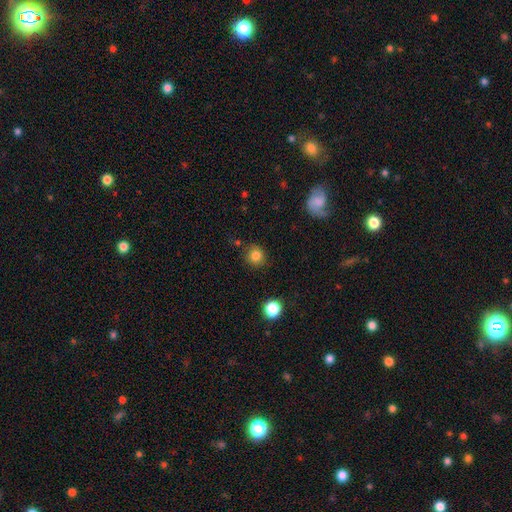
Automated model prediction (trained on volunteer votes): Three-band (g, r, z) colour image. It shows a smooth galaxy with no disk features (83%) that is round (89%). Merging: none (86%).